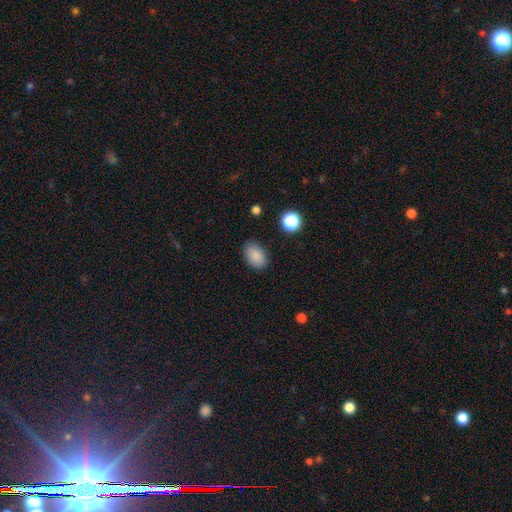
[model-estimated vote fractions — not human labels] smooth_or_featured: smooth (p=0.87) [alt: star or artifact p=0.09]
how_rounded: in between (p=0.84) [alt: round p=0.15]
merging: none (p=0.84) [alt: minor disturbance p=0.11]